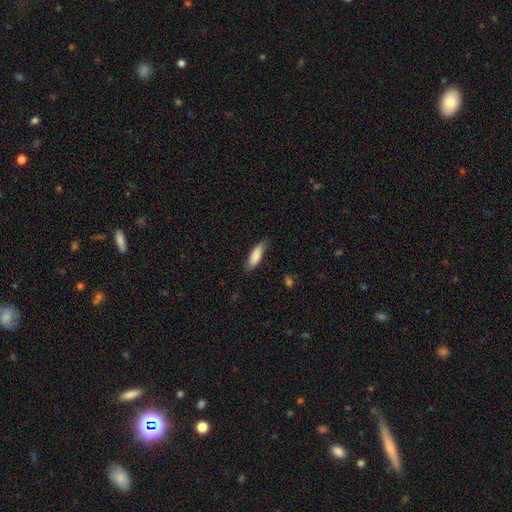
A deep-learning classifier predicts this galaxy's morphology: smooth 84%, featured or disk 10%, star or artifact 6%. Down the decision tree: how rounded — in between (54%); merging — none (76%).